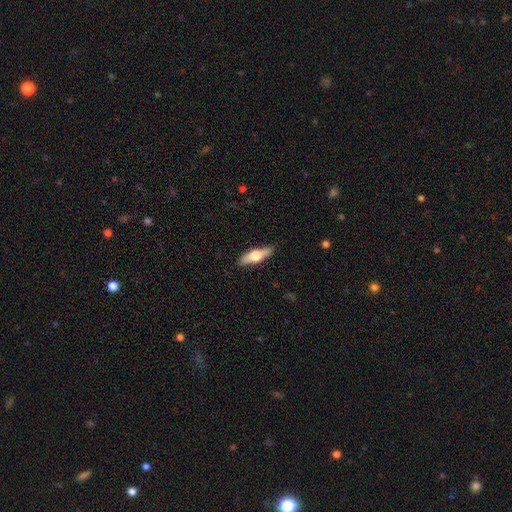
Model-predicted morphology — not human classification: The model was most divided on "smooth or featured": featured or disk: 51%, smooth: 44%, star or artifact: 5%. More confident: edge-on disk — yes (91%); merging — none (89%).